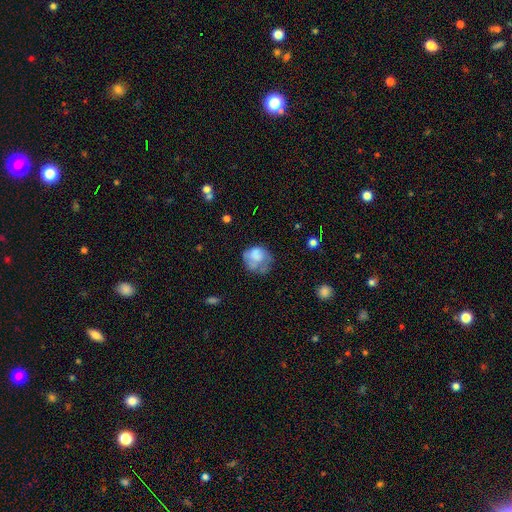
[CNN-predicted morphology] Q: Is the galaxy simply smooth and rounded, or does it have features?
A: smooth — 60%.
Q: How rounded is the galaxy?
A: round — 69%.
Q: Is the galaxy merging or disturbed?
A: none — 38%.